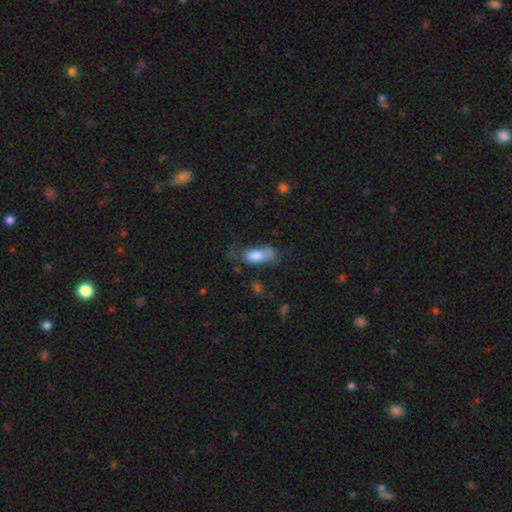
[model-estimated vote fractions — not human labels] The model was most divided on "merging": major disturbance: 32%, none: 30%, minor disturbance: 26%, merger: 11%. More confident: how rounded — in between (82%); smooth or featured — smooth (71%).